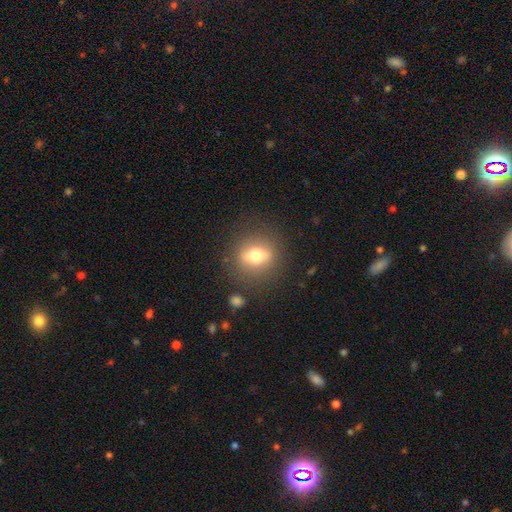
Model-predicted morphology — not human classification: smooth_or_featured: smooth (p=0.59) [alt: featured or disk p=0.31]
how_rounded: round (p=0.63) [alt: in between p=0.33]
merging: none (p=0.84) [alt: minor disturbance p=0.10]